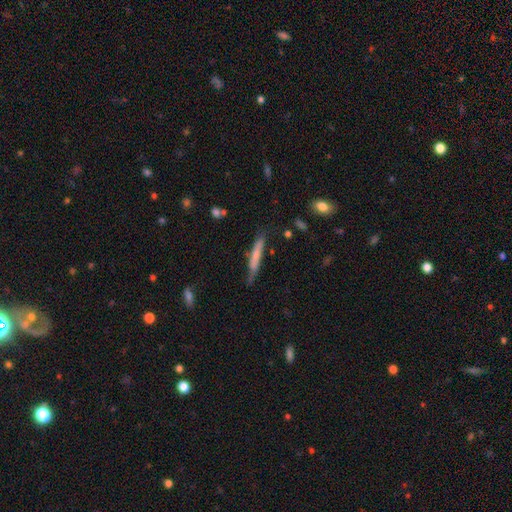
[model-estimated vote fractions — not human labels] Morphology: type=smooth (58%); roundness=cigar-shaped (93%); merging=none (66%).